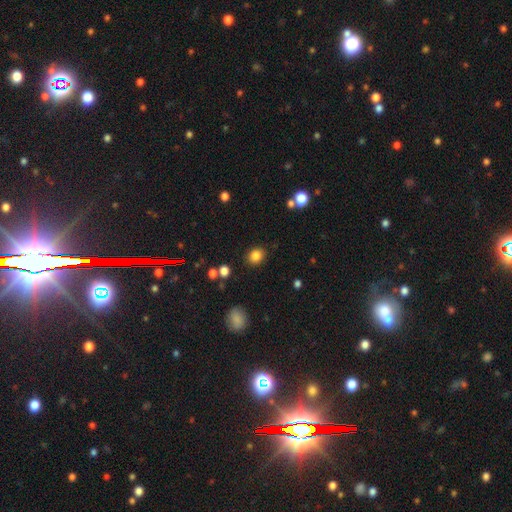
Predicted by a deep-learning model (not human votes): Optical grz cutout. It shows a smooth galaxy with no disk features (84%) that is round (65%). Merging: none (87%).